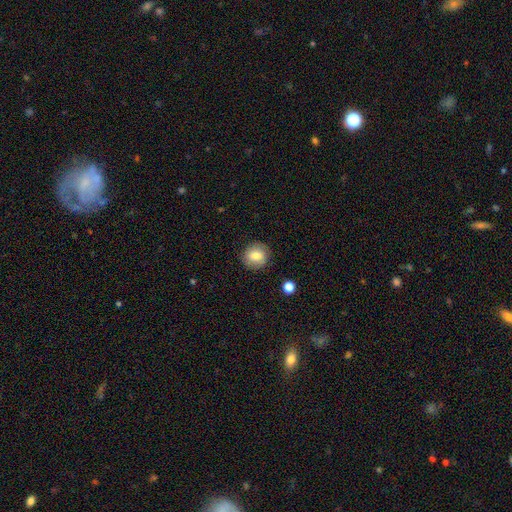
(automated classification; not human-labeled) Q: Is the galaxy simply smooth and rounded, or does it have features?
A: smooth — 72%.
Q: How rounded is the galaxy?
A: round — 85%.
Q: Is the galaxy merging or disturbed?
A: none — 85%.